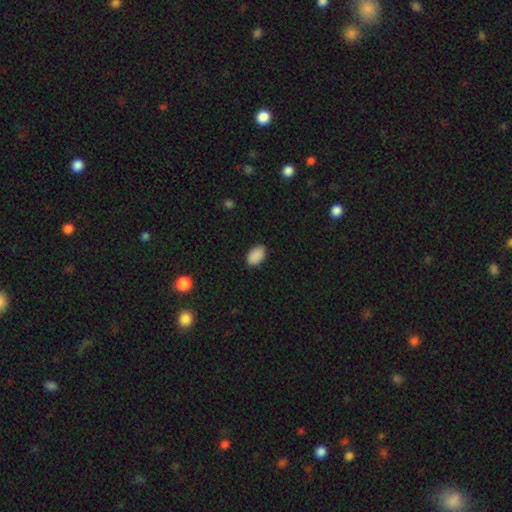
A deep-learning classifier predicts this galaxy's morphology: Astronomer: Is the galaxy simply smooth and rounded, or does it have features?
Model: smooth — 89%.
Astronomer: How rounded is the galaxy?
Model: in between — 91%.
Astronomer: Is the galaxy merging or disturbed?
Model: none — 88%.